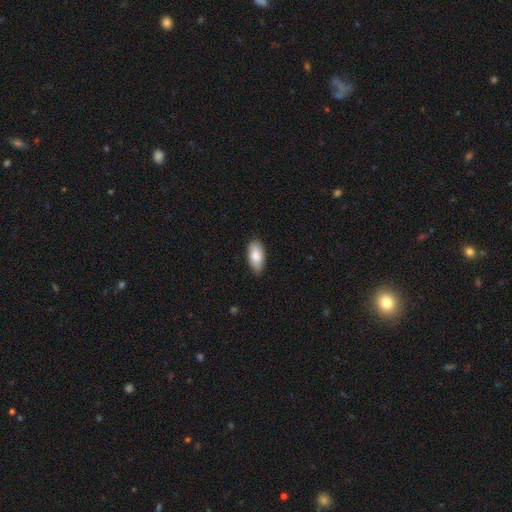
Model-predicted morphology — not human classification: Smooth or featured: smooth — 85% (featured or disk — 10%)
How rounded: in between — 92% (cigar-shaped — 6%)
Merging: none — 79% (minor disturbance — 18%)